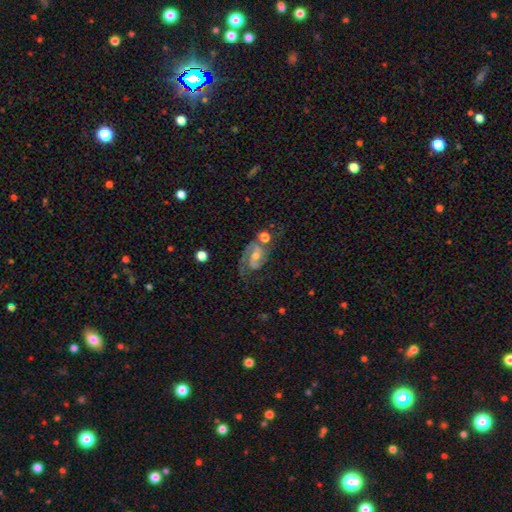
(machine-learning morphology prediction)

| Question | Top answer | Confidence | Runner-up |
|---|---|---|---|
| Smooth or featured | featured or disk | 84% | smooth (9%) |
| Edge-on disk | no | 97% | yes (3%) |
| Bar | no | 43% | weak (42%) |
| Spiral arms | yes | 96% | no (4%) |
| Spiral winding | medium | 52% | tight (28%) |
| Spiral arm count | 2 | 77% | 1 (13%) |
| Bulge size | moderate | 54% | small (39%) |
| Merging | none | 51% | minor disturbance (20%) |